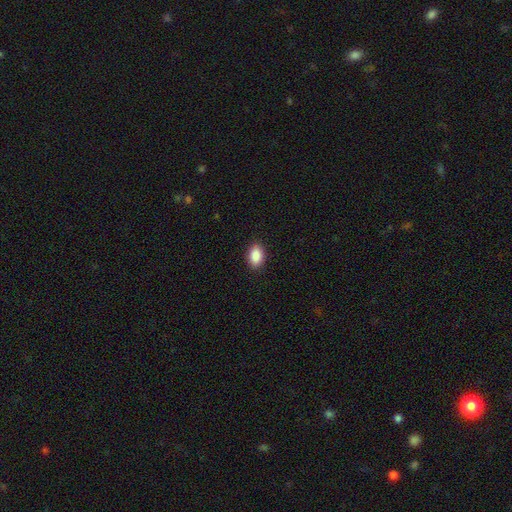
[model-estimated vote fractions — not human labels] The model was most divided on "how rounded": in between: 85%, round: 13%, cigar-shaped: 1%. More confident: smooth or featured — smooth (89%); merging — none (88%).